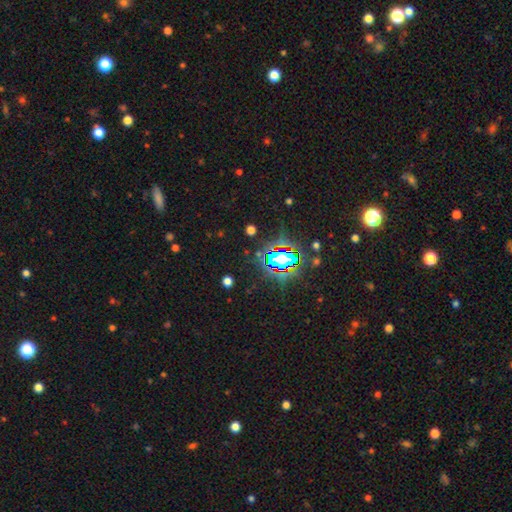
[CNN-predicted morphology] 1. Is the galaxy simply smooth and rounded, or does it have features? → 83% star or artifact, 10% smooth, 7% featured or disk.